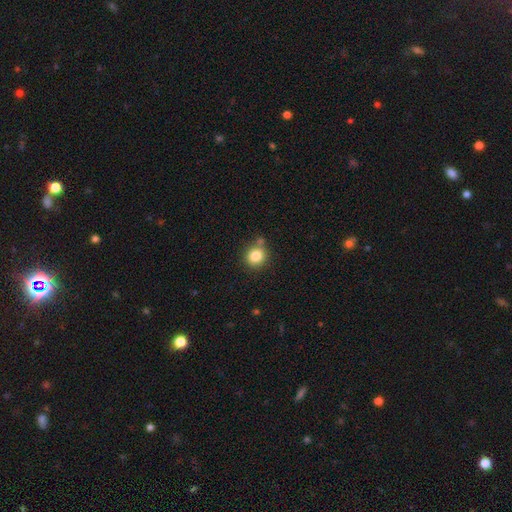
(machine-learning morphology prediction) Smooth or featured?
  - smooth: 83% *
  - star or artifact: 11%
  - featured or disk: 6%
How rounded?
  - round: 87% *
  - in between: 12%
  - cigar-shaped: 1%
Merging?
  - none: 73% *
  - minor disturbance: 12%
  - merger: 12%
  - major disturbance: 4%